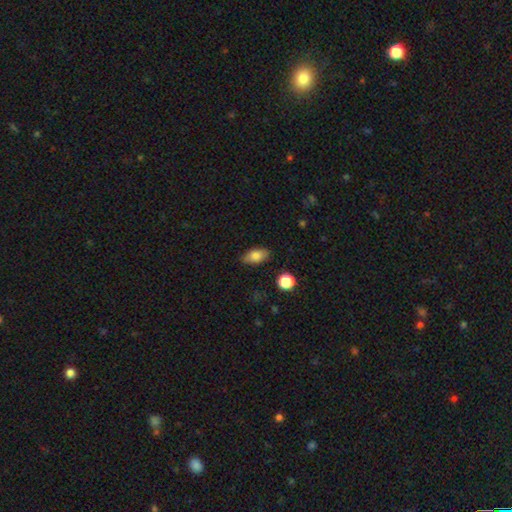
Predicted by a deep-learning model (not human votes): smooth-or-featured: smooth: 80% | featured or disk: 12% | star or artifact: 8%
  how-rounded: in between: 87% | round: 6% | cigar-shaped: 6%
  merging: none: 82% | minor disturbance: 14% | major disturbance: 3% | merger: 2%